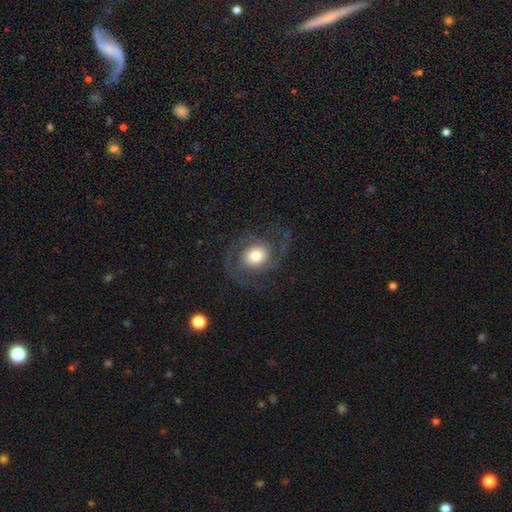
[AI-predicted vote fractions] Smooth or featured? featured or disk (81%)
Edge-on disk? no (98%)
Bar? no (72%)
Spiral arms? yes (96%)
Spiral winding? medium (52%)
Spiral arm count? 2 (86%)
Bulge size? moderate (48%)
Merging? none (72%)